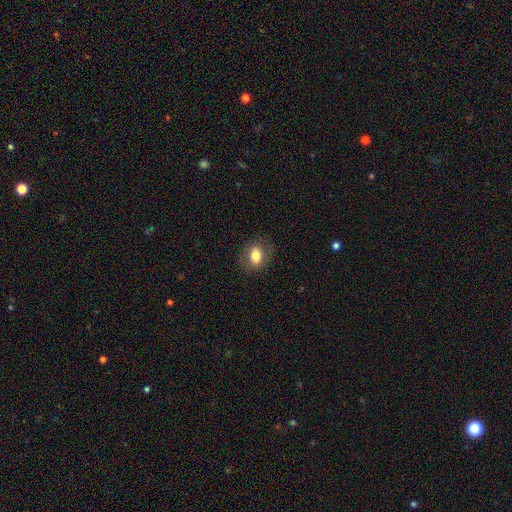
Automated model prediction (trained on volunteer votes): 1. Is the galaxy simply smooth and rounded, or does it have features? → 75% smooth, 16% featured or disk, 9% star or artifact.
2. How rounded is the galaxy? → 66% in between, 33% round, 1% cigar-shaped.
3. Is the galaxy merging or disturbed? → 81% none, 13% minor disturbance, 6% major disturbance, 1% merger.